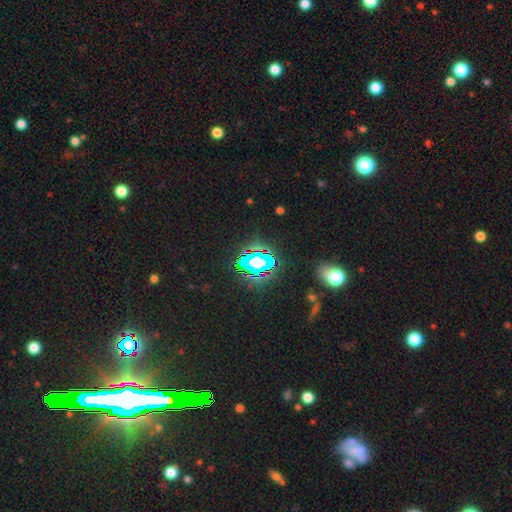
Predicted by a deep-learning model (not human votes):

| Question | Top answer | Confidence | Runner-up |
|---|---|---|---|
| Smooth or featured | star or artifact | 77% | smooth (15%) |